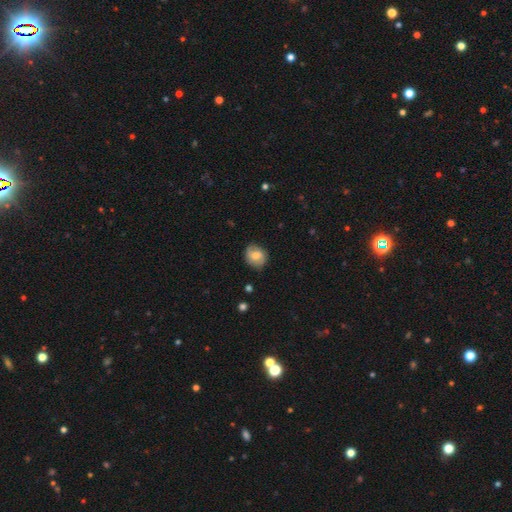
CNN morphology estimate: This is likely a smooth galaxy (67%). How rounded: likely round (62%). Merging: likely none (78%).